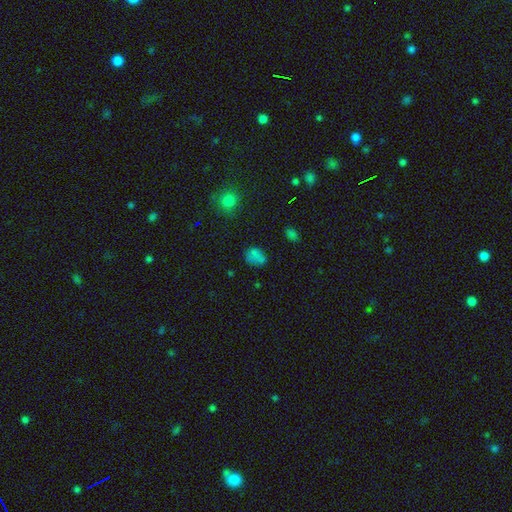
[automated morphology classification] Overall: smooth (68%). How rounded: in between (54%; round 44%). Merging: none (61%).